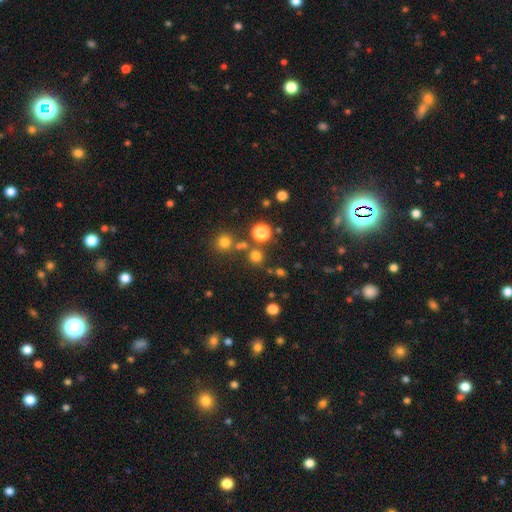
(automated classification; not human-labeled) Q: Smooth or featured?
A: smooth (73%); runner-up: star or artifact (22%)
Q: How rounded?
A: round (91%); runner-up: in between (8%)
Q: Merging?
A: none (78%); runner-up: merger (12%)